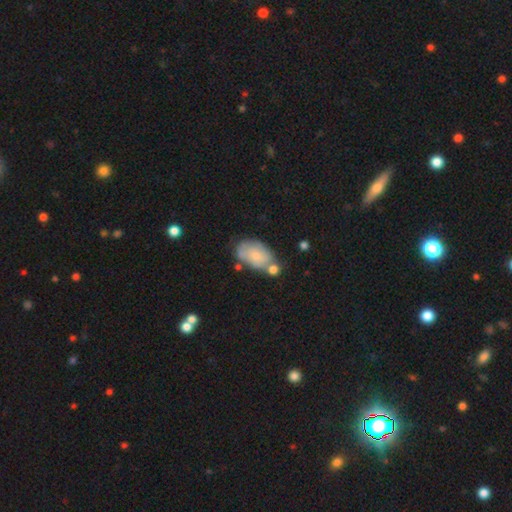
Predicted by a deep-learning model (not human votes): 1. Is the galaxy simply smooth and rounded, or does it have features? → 66% smooth, 27% featured or disk, 7% star or artifact.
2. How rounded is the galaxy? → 89% in between, 9% round, 1% cigar-shaped.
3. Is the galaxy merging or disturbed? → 45% none, 24% minor disturbance, 23% merger, 8% major disturbance.